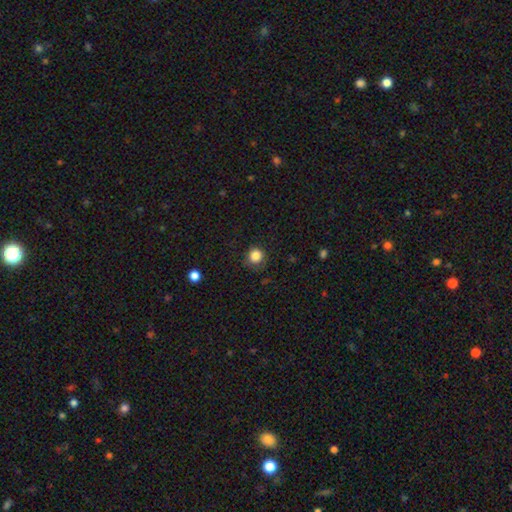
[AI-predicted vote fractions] Smooth or featured: smooth — 84% (star or artifact — 11%)
How rounded: round — 90% (in between — 9%)
Merging: none — 78% (minor disturbance — 16%)